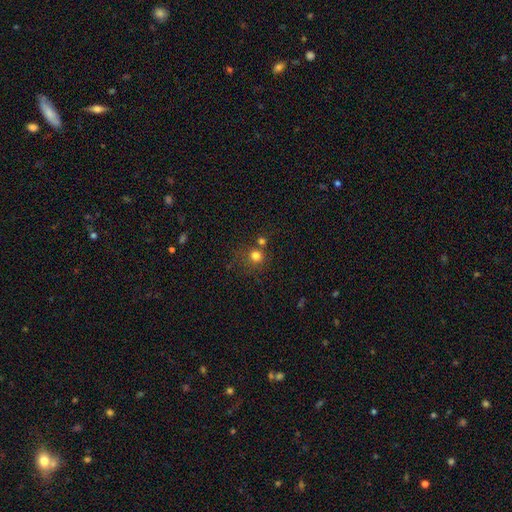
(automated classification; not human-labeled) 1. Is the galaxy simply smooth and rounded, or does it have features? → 76% smooth, 16% star or artifact, 8% featured or disk.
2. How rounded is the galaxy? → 88% round, 11% in between, 1% cigar-shaped.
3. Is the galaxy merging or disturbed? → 62% none, 23% merger, 10% minor disturbance, 5% major disturbance.